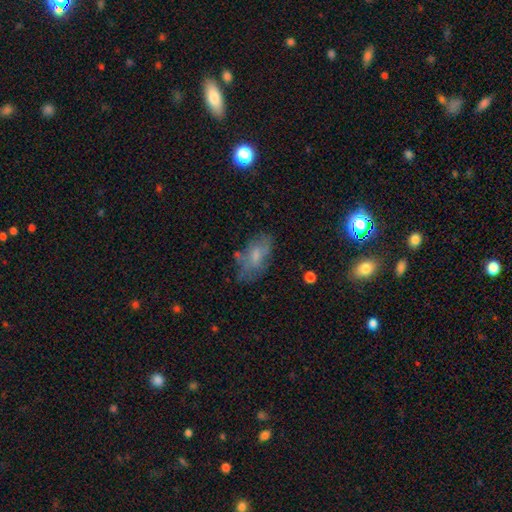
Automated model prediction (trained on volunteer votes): Morphology: type=smooth (53%); roundness=in between (90%); merging=none (56%).